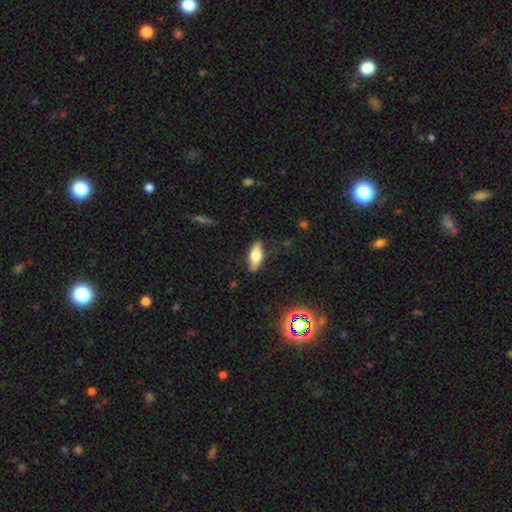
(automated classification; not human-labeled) Smooth or featured?
  - smooth: 58% *
  - featured or disk: 34%
  - star or artifact: 8%
How rounded?
  - in between: 70% *
  - cigar-shaped: 27%
  - round: 3%
Merging?
  - none: 81% *
  - minor disturbance: 15%
  - major disturbance: 3%
  - merger: 1%